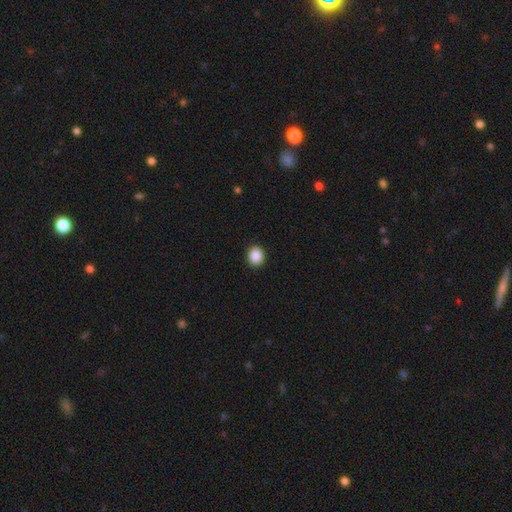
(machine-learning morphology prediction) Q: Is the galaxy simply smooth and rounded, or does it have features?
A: smooth — 88%.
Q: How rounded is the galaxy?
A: round — 71%.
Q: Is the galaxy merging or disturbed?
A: none — 92%.